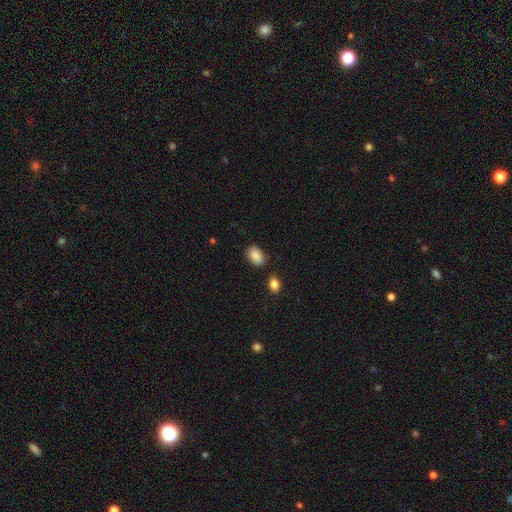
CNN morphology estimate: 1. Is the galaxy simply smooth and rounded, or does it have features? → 89% smooth, 7% star or artifact, 4% featured or disk.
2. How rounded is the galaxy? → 88% in between, 11% round, 1% cigar-shaped.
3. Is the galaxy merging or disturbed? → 81% none, 12% minor disturbance, 4% merger, 3% major disturbance.